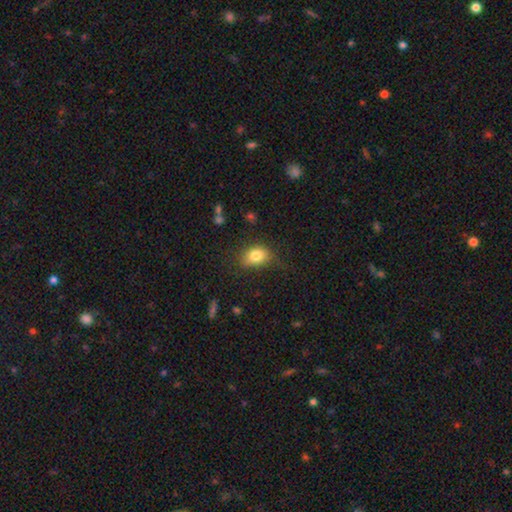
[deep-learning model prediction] Overall: smooth (81%). How rounded: in between (74%). Merging: none (68%).